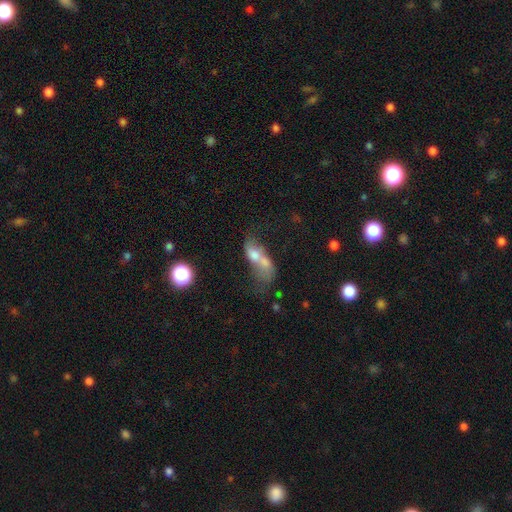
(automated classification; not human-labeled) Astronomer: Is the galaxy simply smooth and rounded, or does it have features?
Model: smooth — 49% (runner-up: featured or disk, 38%).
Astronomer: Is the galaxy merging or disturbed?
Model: merger — 68%.